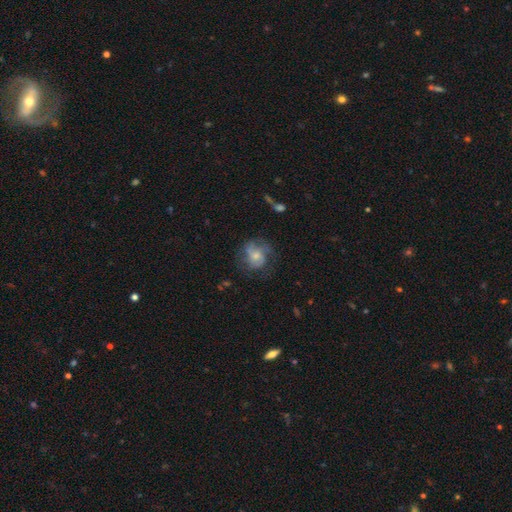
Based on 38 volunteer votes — smooth-or-featured: featured or disk: 58% | smooth: 34% | star or artifact: 8%
  disk-edge-on: no: 91% | yes: 9%
    bar: no: 80% | weak: 20% | strong: 0%
    has-spiral-arms: yes: 80% | no: 20%
      spiral-winding: medium: 56% | tight: 25% | loose: 19%
      spiral-arm-count: 3: 56% | 2: 31% | can't tell: 12% | 1: 0% | 4: 0% | more than 4: 0%
    bulge-size: small: 65% | moderate: 30% | large: 5% | dominant: 0% | none: 0%
  merging: none: 63% | minor disturbance: 20% | major disturbance: 17% | merger: 0%